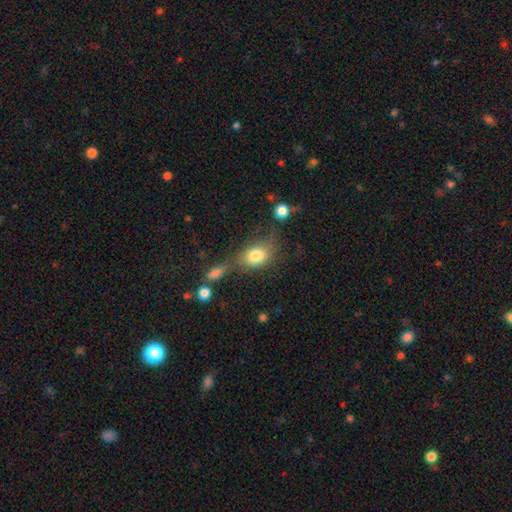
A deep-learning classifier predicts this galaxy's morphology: smooth_or_featured: smooth (p=0.79) [alt: featured or disk p=0.12]
how_rounded: in between (p=0.73) [alt: round p=0.25]
merging: none (p=0.48) [alt: merger p=0.23]